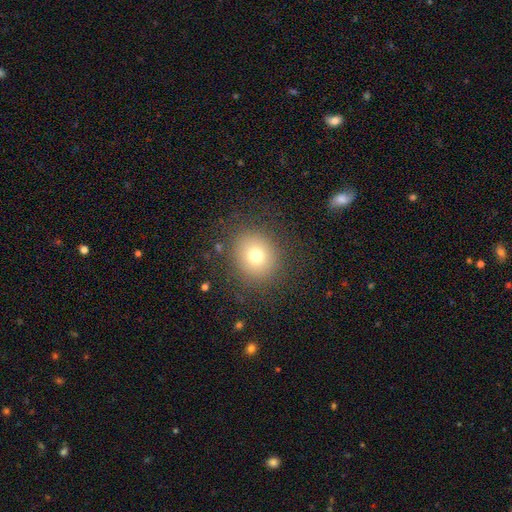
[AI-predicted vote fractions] This is likely a smooth galaxy (73%). How rounded: clearly round (82%). Merging: clearly none (85%).